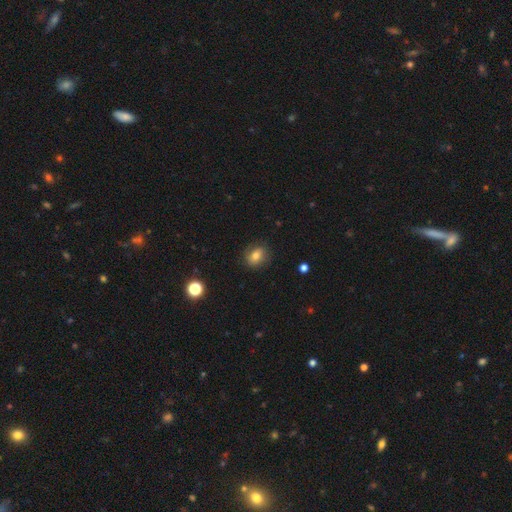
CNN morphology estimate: A smooth galaxy with no disk features (73%) that is round (53%). Merging: none (82%).